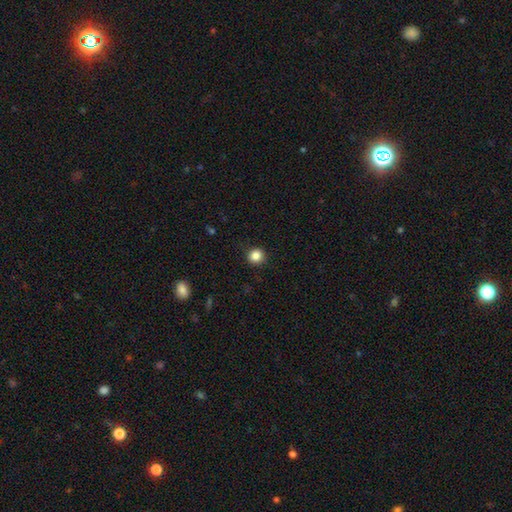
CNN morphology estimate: Smooth or featured: smooth — 85% (star or artifact — 11%)
How rounded: round — 92% (in between — 7%)
Merging: none — 91% (minor disturbance — 6%)